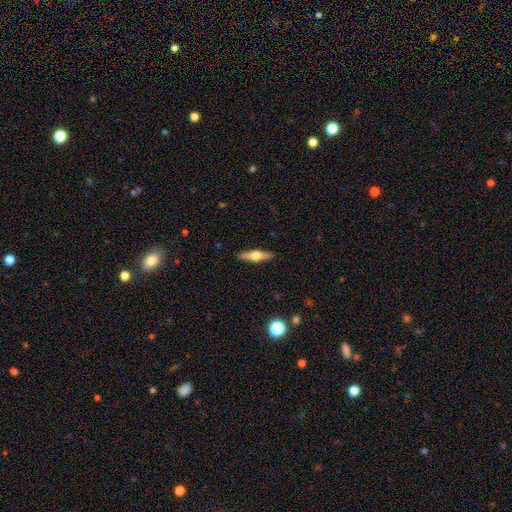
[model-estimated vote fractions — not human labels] Overall: featured or disk (62%; smooth 32%). Edge-on disk: yes (96%). Edge-on bulge: rounded (94%). Merging: none (90%).